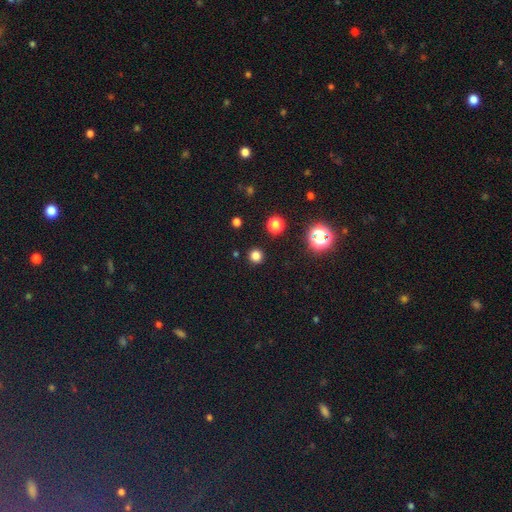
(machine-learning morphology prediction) smooth-or-featured: smooth: 78% | star or artifact: 18% | featured or disk: 4%
  how-rounded: round: 95% | in between: 4% | cigar-shaped: 1%
  merging: none: 92% | minor disturbance: 5% | major disturbance: 2% | merger: 2%